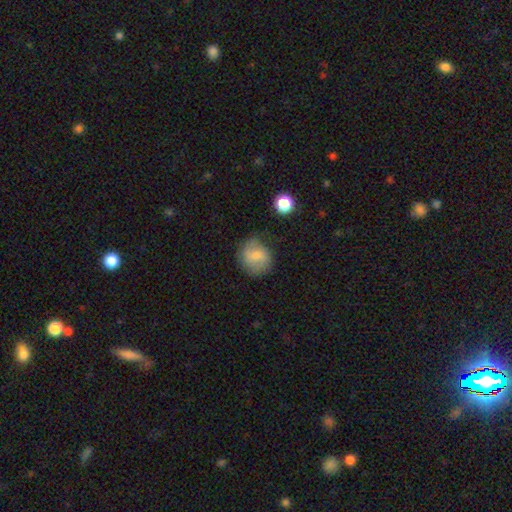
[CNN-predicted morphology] Smooth or featured: smooth — 69% (featured or disk — 22%)
How rounded: round — 81% (in between — 18%)
Merging: none — 68% (minor disturbance — 22%)